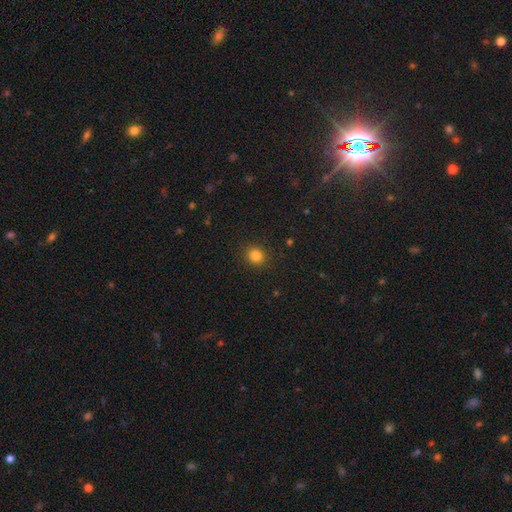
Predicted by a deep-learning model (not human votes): smooth_or_featured: smooth (p=0.83) [alt: star or artifact p=0.13]
how_rounded: round (p=0.83) [alt: in between p=0.16]
merging: none (p=0.90) [alt: minor disturbance p=0.07]